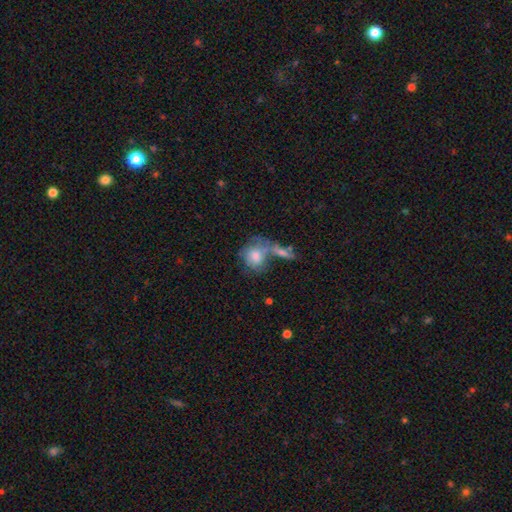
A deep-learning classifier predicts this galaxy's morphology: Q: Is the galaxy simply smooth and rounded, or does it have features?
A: smooth — 56%.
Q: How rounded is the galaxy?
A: round — 60%.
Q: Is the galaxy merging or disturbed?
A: merger — 38%.